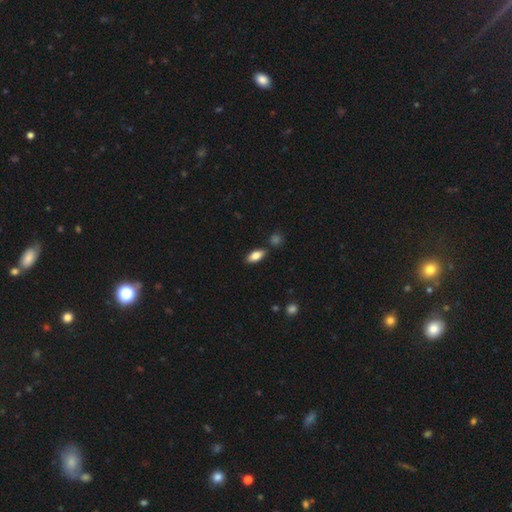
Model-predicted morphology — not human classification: smooth_or_featured: smooth (p=0.81) [alt: featured or disk p=0.12]
how_rounded: in between (p=0.86) [alt: cigar-shaped p=0.11]
merging: none (p=0.83) [alt: minor disturbance p=0.10]